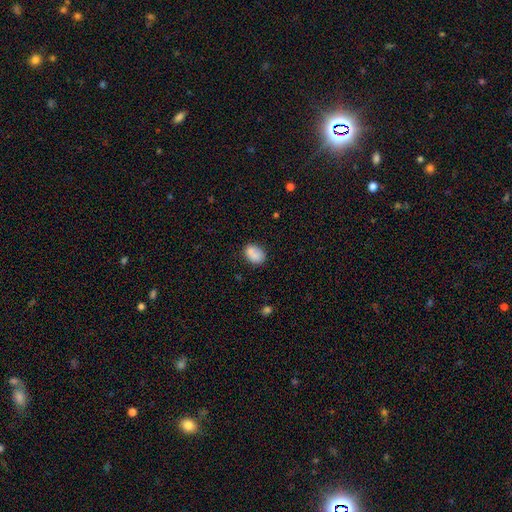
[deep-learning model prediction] This is likely a smooth galaxy (79%). How rounded: likely in between (66%). Merging: possibly none (54%).